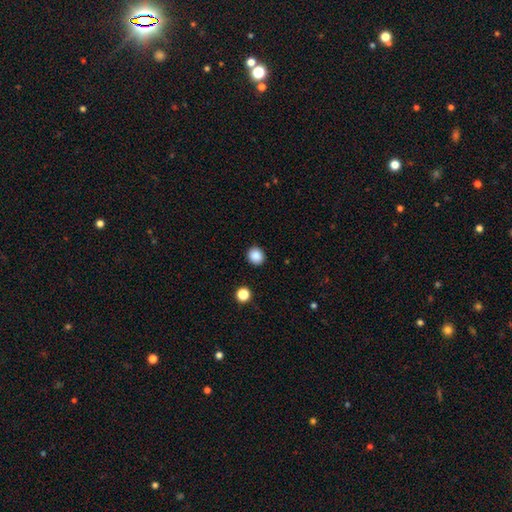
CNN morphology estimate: Overall: smooth (87%). How rounded: round (84%). Merging: none (92%).